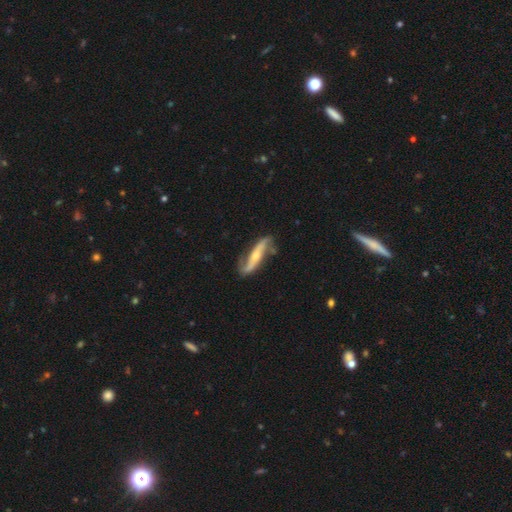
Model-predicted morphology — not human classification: This is likely a featured or disk galaxy (78%). It is likely not viewed edge-on (74%). Bar: marginally no (43%). Spiral arm pattern: clearly yes (91%). Spiral arm count: clearly 2 (90%). Spiral winding: likely loose (70%). Central bulge: possibly small (52%). Merging: likely none (67%).